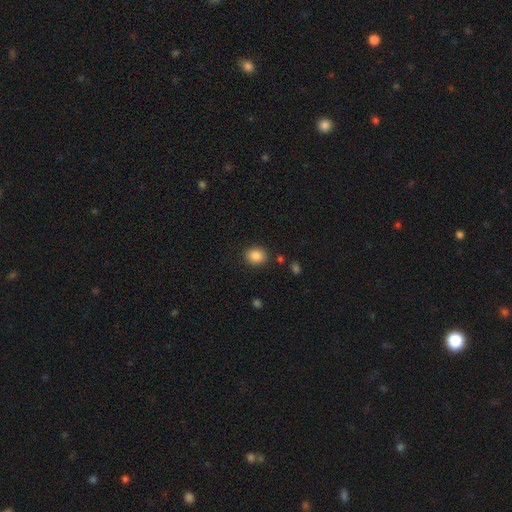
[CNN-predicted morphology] Q: Smooth or featured?
A: smooth (87%); runner-up: star or artifact (9%)
Q: How rounded?
A: round (63%); runner-up: in between (36%)
Q: Merging?
A: none (86%); runner-up: minor disturbance (9%)